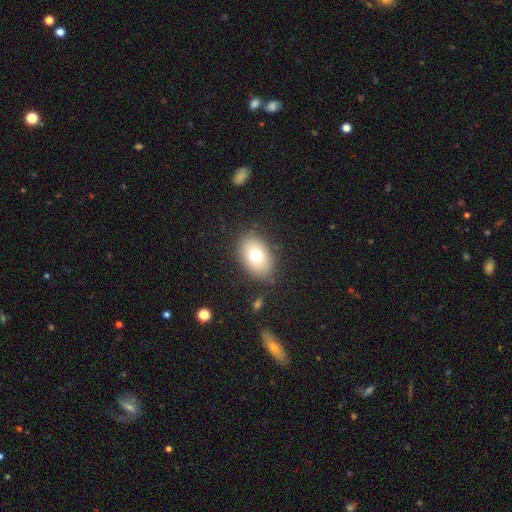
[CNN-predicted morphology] type=smooth (72%); roundness=in between (80%); merging=none (84%).